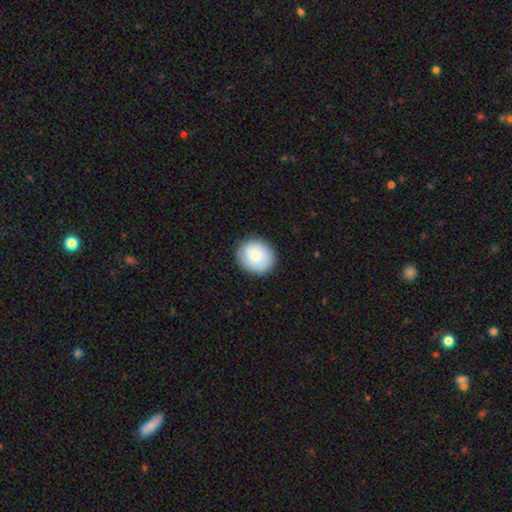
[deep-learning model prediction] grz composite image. It shows a smooth galaxy with no disk features (84%) that is round (79%). Merging: none (88%).